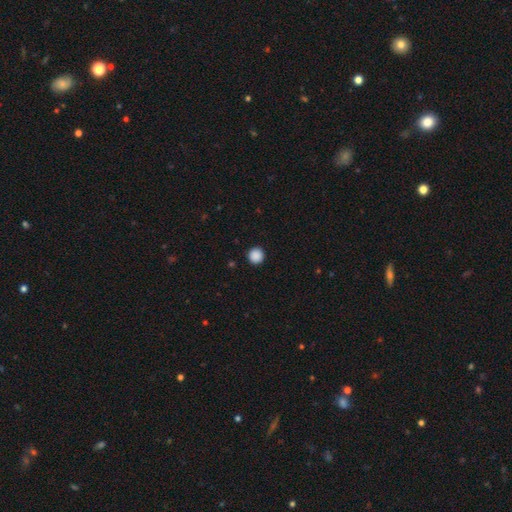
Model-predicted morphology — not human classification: Overall: smooth (89%). How rounded: round (96%). Merging: none (93%).